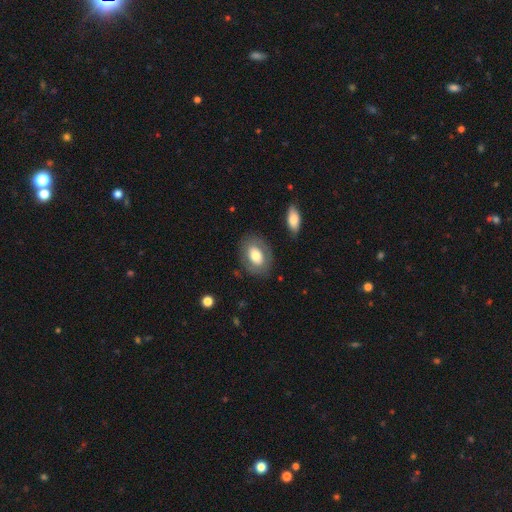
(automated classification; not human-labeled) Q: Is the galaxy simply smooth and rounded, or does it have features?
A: smooth — 64%.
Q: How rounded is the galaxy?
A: in between — 78%.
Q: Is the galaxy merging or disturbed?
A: none — 80%.